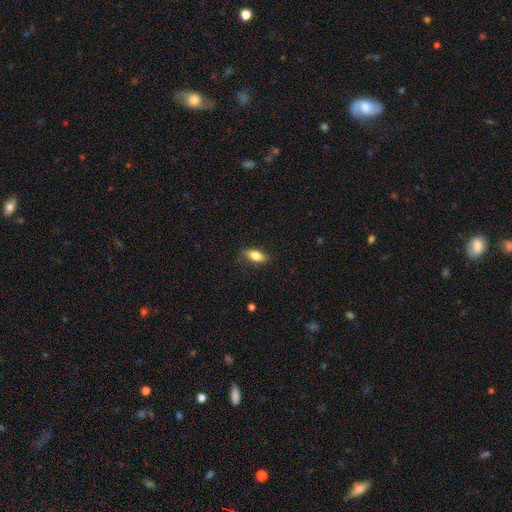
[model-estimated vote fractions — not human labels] The model was most divided on "smooth or featured": smooth: 75%, featured or disk: 17%, star or artifact: 8%. More confident: how rounded — in between (80%); merging — none (78%).